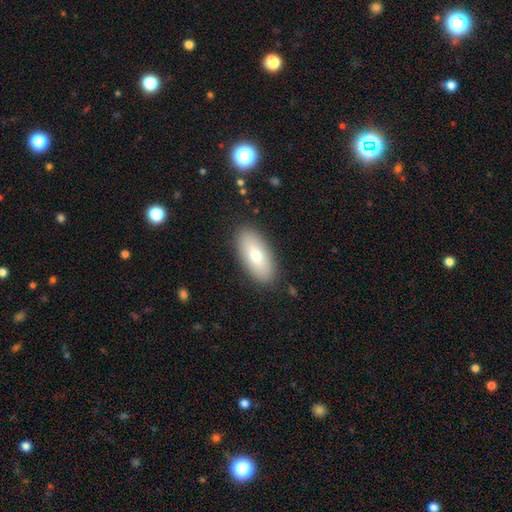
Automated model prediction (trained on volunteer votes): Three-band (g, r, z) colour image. It shows a smooth galaxy with no disk features (73%) that is in between round and cigar-shaped (90%). Merging: none (88%).